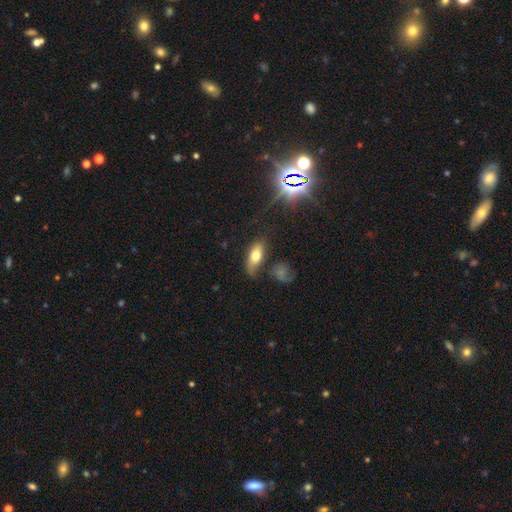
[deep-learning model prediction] smooth_or_featured: smooth (p=0.67) [alt: featured or disk p=0.21]
how_rounded: in between (p=0.78) [alt: cigar-shaped p=0.18]
merging: none (p=0.67) [alt: minor disturbance p=0.20]